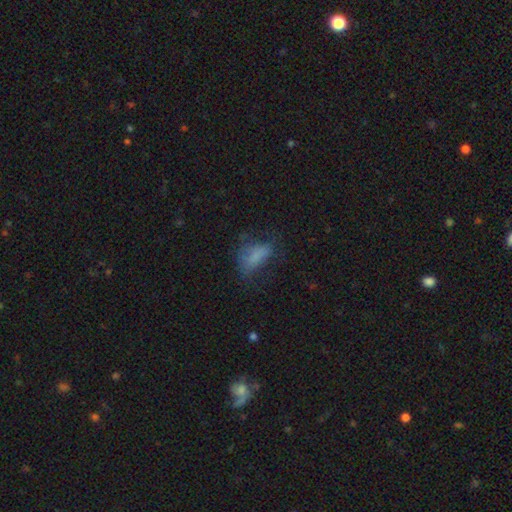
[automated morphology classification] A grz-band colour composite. It shows a smooth galaxy with no disk features (68%) that is in between round and cigar-shaped (84%). Merging: none (38%).